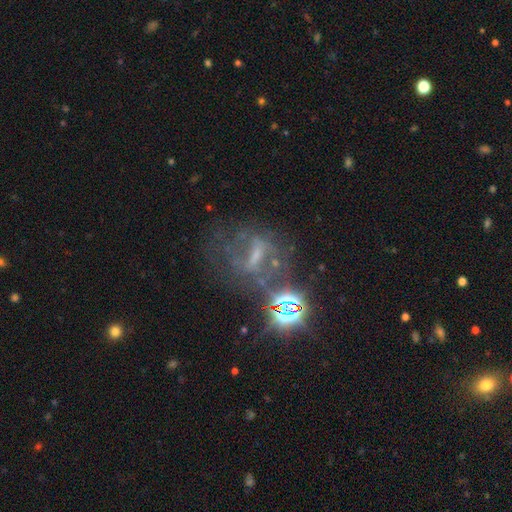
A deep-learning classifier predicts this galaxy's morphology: Smooth or featured: featured or disk — 45% (star or artifact — 38%)
Merging: none — 51% (major disturbance — 20%)